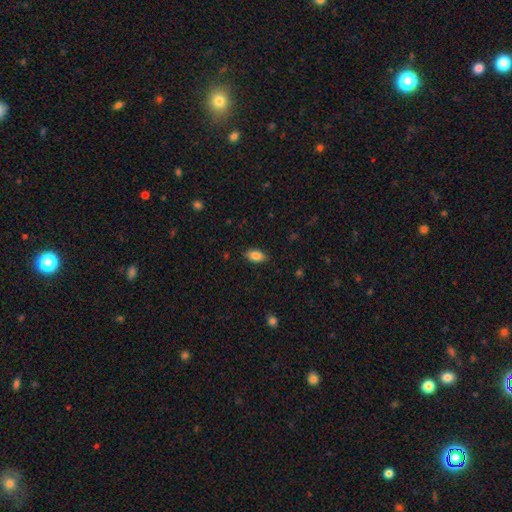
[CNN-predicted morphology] This is clearly a smooth galaxy (87%). How rounded: clearly in between (92%). Merging: clearly none (87%).